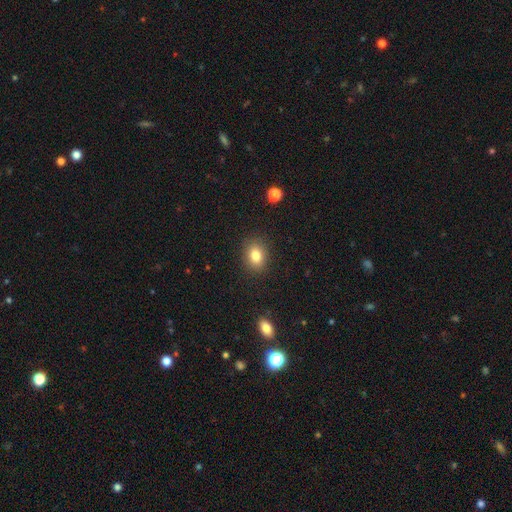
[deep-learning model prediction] smooth 82%, star or artifact 10%, featured or disk 8%. Down the decision tree: how rounded — in between (61%); merging — none (86%).